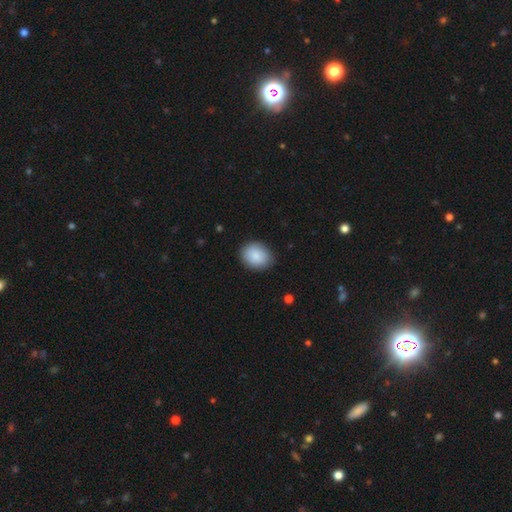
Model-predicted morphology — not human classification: type=smooth (87%); roundness=in between (55%); merging=none (86%).